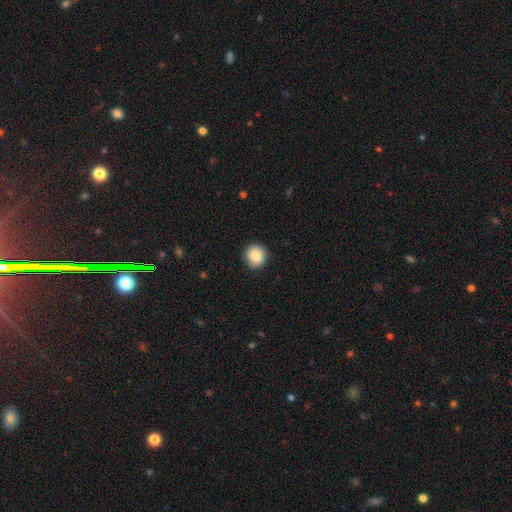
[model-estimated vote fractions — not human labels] smooth 86%, star or artifact 8%, featured or disk 7%. Down the decision tree: how rounded — round (92%); merging — none (89%).